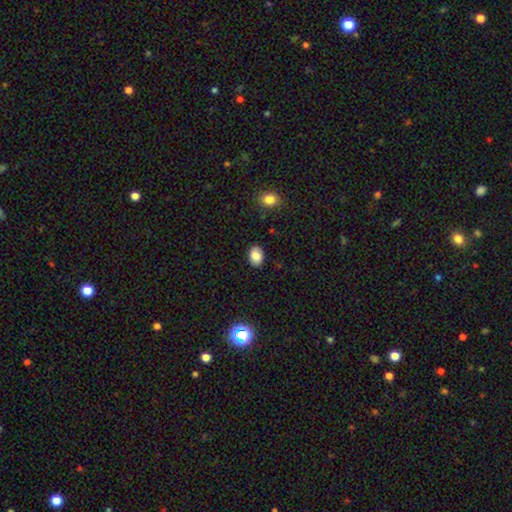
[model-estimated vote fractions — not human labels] Q: Smooth or featured?
A: smooth (85%); runner-up: star or artifact (9%)
Q: How rounded?
A: in between (78%); runner-up: round (21%)
Q: Merging?
A: none (88%); runner-up: minor disturbance (9%)